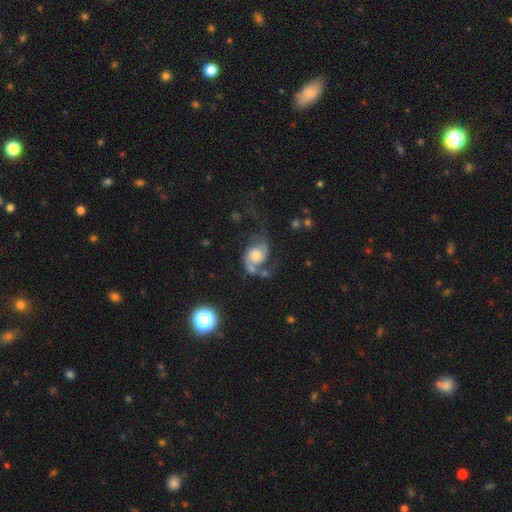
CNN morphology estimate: Smooth or featured? Predicted: featured or disk (p=0.79). Edge-on disk? Predicted: no (p=0.98). Bar? Predicted: no (p=0.66). Spiral arms? Predicted: yes (p=0.94). Spiral winding? Predicted: loose (p=0.45). Spiral arm count? Predicted: 2 (p=0.80). Bulge size? Predicted: moderate (p=0.50). Merging? Predicted: none (p=0.44).